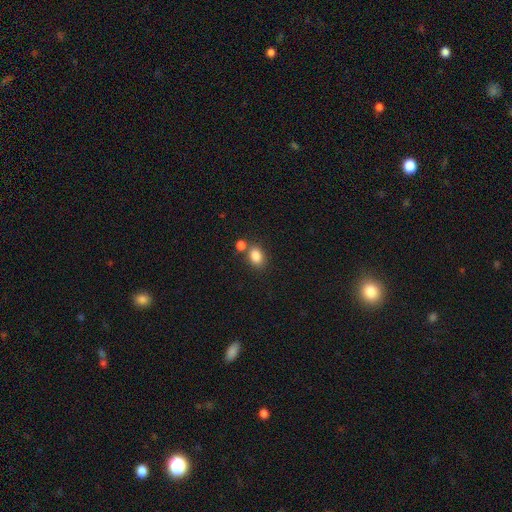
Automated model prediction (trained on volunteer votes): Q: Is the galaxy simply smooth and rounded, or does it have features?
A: smooth — 84%.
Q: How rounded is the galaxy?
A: in between — 70%.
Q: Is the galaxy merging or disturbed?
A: none — 61%.